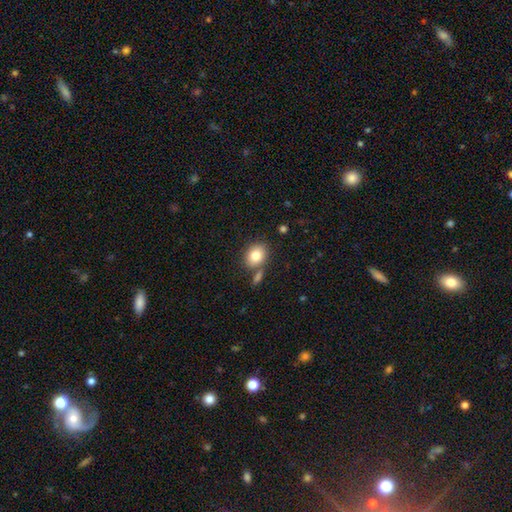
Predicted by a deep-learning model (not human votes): smooth-or-featured: smooth: 81% | featured or disk: 10% | star or artifact: 9%
  how-rounded: round: 51% | in between: 48% | cigar-shaped: 1%
  merging: none: 68% | merger: 16% | minor disturbance: 12% | major disturbance: 4%